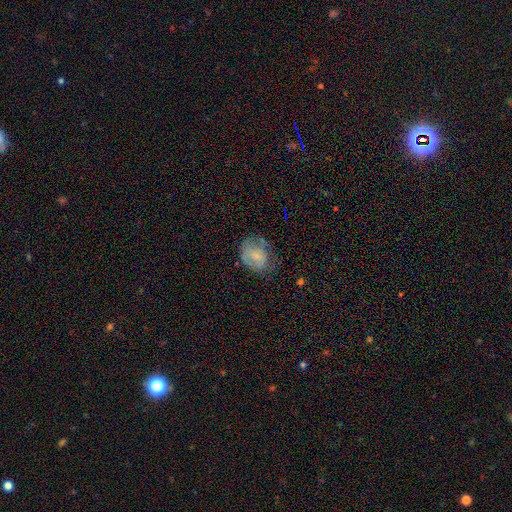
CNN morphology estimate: This appears to be a smooth galaxy with no disk features (63%) that is round (55%). Merging: none (50%).